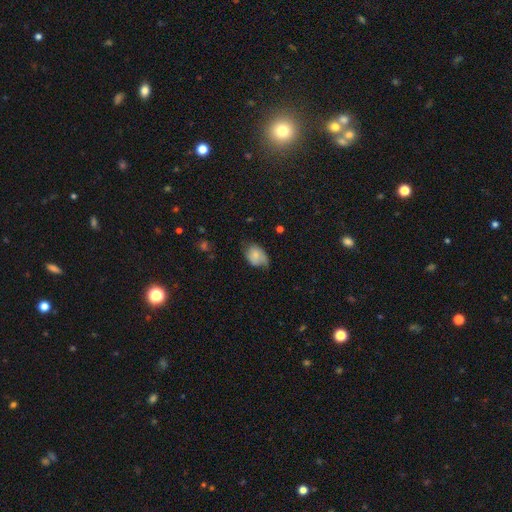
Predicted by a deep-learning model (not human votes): The model was most divided on "merging": none: 50%, minor disturbance: 38%, major disturbance: 10%, merger: 2%. More confident: how rounded — in between (80%); smooth or featured — smooth (72%).